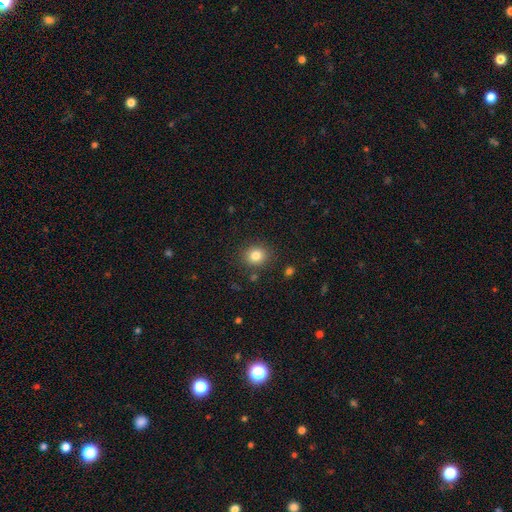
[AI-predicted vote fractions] smooth_or_featured: smooth (p=0.82) [alt: star or artifact p=0.12]
how_rounded: round (p=0.77) [alt: in between p=0.22]
merging: none (p=0.87) [alt: minor disturbance p=0.08]